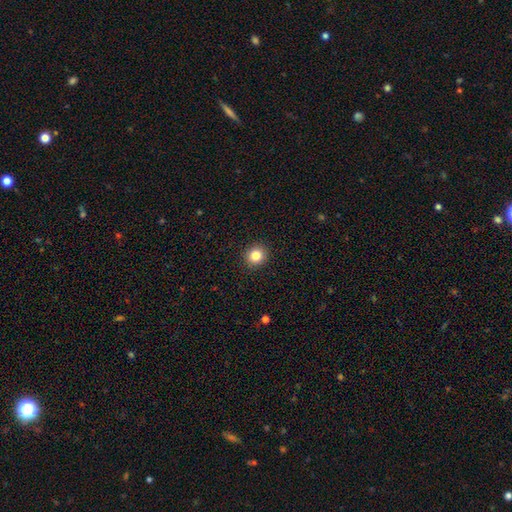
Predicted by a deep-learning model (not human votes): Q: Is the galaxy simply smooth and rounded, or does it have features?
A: smooth — 83%.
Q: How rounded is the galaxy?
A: round — 91%.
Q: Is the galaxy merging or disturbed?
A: none — 92%.